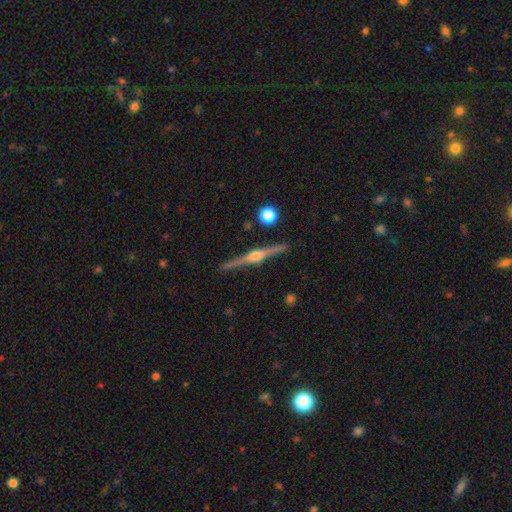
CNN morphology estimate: A featured or disk galaxy (86%) viewed edge-on (99%) with a rounded central bulge (94%).

Vote fractions:
- Smooth or featured? featured or disk: 86% / smooth: 9% / star or artifact: 5%
- Edge-on disk? yes: 99% / no: 1%
- Edge-on bulge? rounded: 94% / boxy: 4% / none: 2%
- Merging? none: 91% / minor disturbance: 6% / merger: 1% / major disturbance: 1%